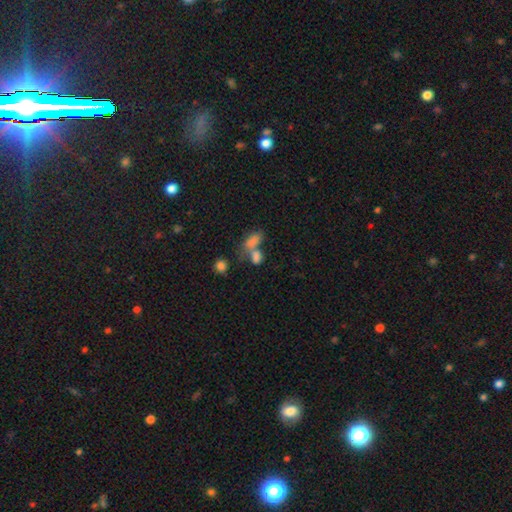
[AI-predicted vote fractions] smooth-or-featured: smooth: 76% | star or artifact: 13% | featured or disk: 11%
  how-rounded: in between: 79% | round: 15% | cigar-shaped: 6%
  merging: merger: 53% | none: 28% | minor disturbance: 10% | major disturbance: 9%